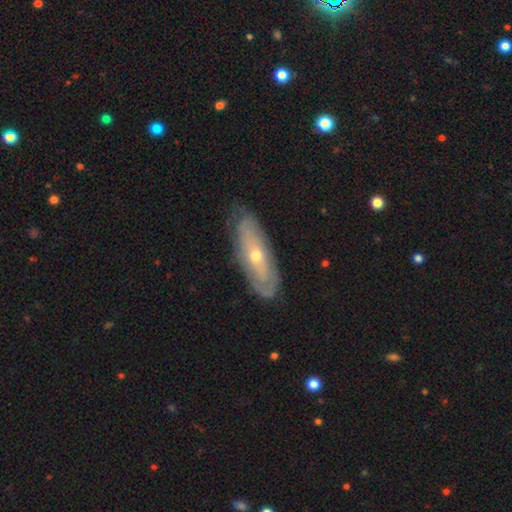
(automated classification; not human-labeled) Smooth or featured? Predicted: featured or disk (p=0.68). Edge-on disk? Predicted: no (p=0.70). Merging? Predicted: none (p=0.83).